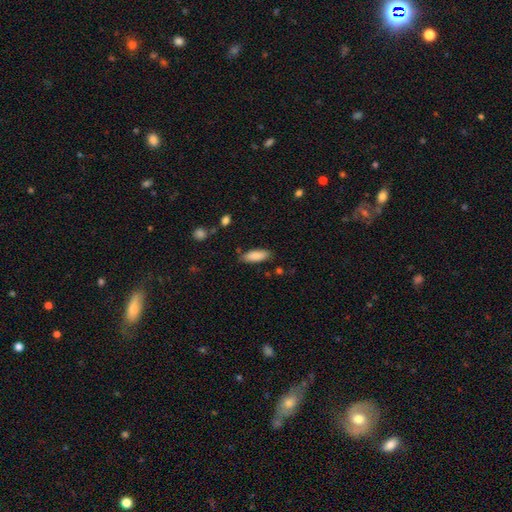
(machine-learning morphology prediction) Overall: smooth (88%). How rounded: in between (67%; cigar-shaped 31%). Merging: none (81%).